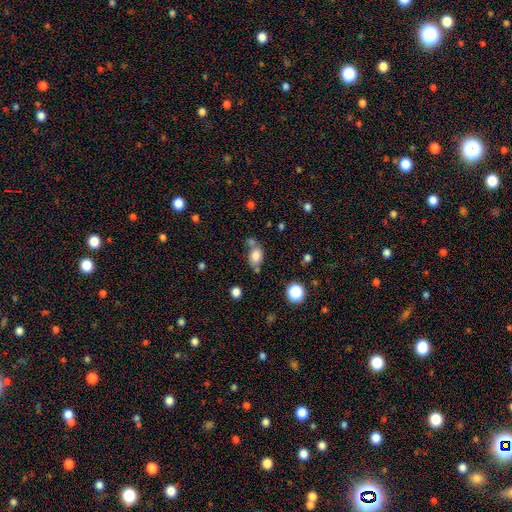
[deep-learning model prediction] Q: Smooth or featured?
A: smooth (79%); runner-up: star or artifact (11%)
Q: How rounded?
A: in between (77%); runner-up: round (21%)
Q: Merging?
A: none (54%); runner-up: merger (23%)